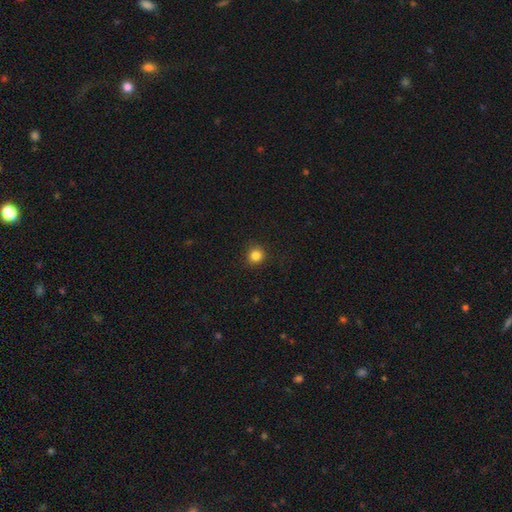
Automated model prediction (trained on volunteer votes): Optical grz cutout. It shows a smooth galaxy with no disk features (84%) that is round (93%). Merging: none (92%).